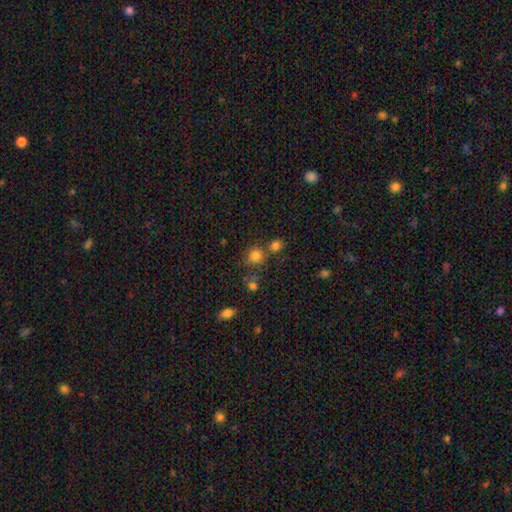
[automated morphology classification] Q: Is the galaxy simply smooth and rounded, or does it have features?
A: smooth — 79%.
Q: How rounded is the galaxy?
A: round — 83%.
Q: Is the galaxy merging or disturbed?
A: none — 63%.